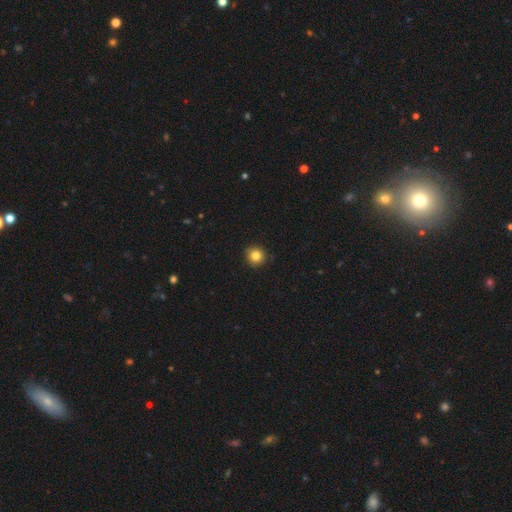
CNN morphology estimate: A smooth galaxy with no disk features (83%) that is round (94%). Merging: none (91%).